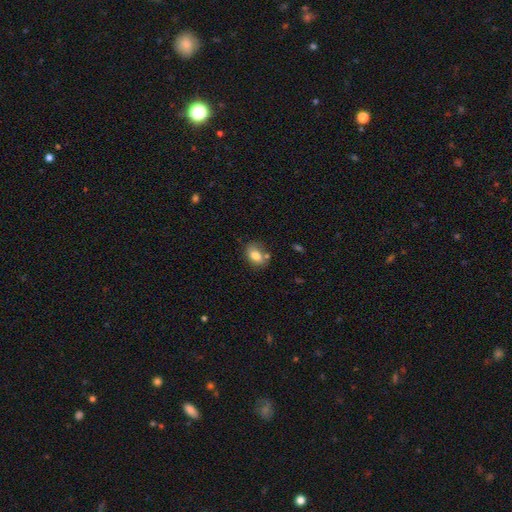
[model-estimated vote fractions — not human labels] A smooth galaxy with no disk features (80%) that is in between round and cigar-shaped (76%).

Vote fractions:
- Smooth or featured? smooth: 80% / featured or disk: 12% / star or artifact: 9%
- How rounded? in between: 76% / round: 22% / cigar-shaped: 2%
- Merging? none: 60% / minor disturbance: 22% / merger: 12% / major disturbance: 6%